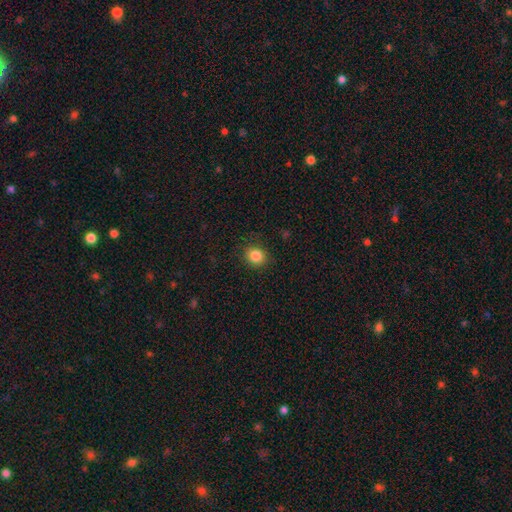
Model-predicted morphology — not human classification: Smooth or featured? smooth (85%)
How rounded? round (79%)
Merging? none (87%)